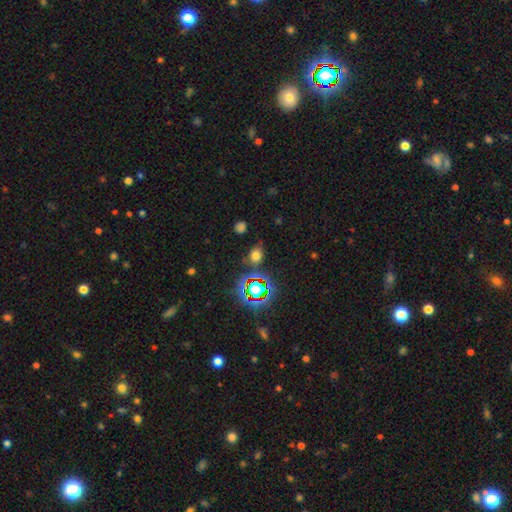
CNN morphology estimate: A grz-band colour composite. It shows a smooth galaxy with no disk features (61%) that is round (51%). Merging: none (76%).